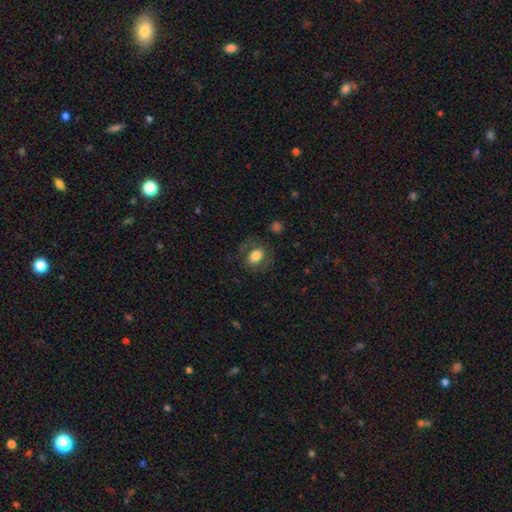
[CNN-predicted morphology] This appears to be a smooth galaxy with no disk features (74%) that is in between round and cigar-shaped (63%). Merging: none (71%).